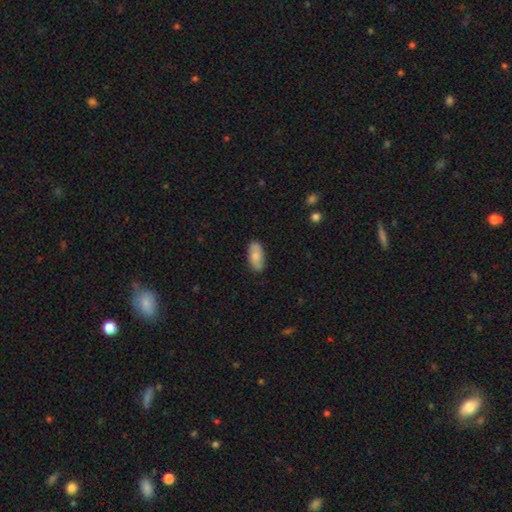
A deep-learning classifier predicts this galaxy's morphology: smooth_or_featured: smooth (p=0.67) [alt: featured or disk p=0.27]
how_rounded: in between (p=0.91) [alt: cigar-shaped p=0.06]
merging: none (p=0.80) [alt: minor disturbance p=0.15]